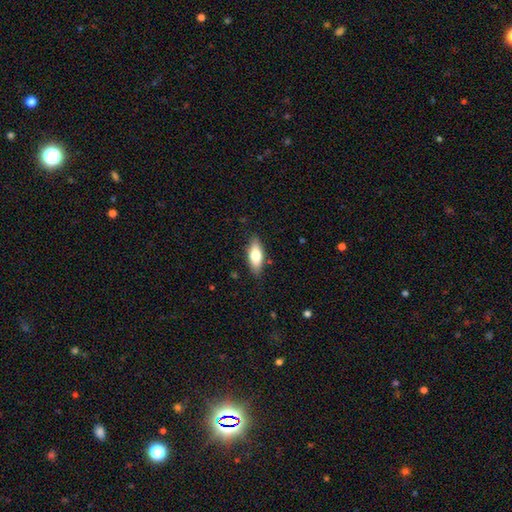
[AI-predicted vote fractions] smooth 74%, featured or disk 19%, star or artifact 6%. Down the decision tree: how rounded — in between (75%); merging — none (84%).